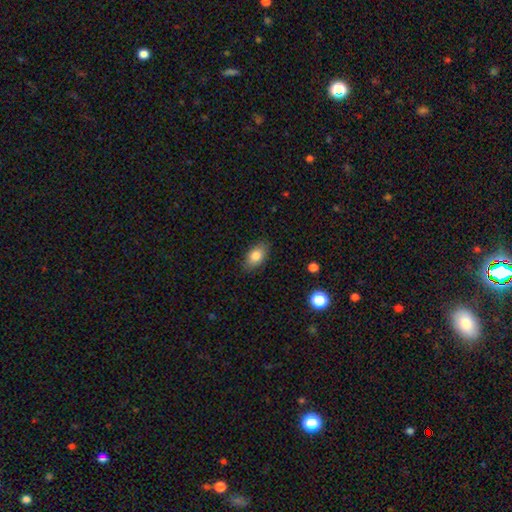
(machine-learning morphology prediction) Overall: smooth (82%). How rounded: in between (91%). Merging: none (84%).